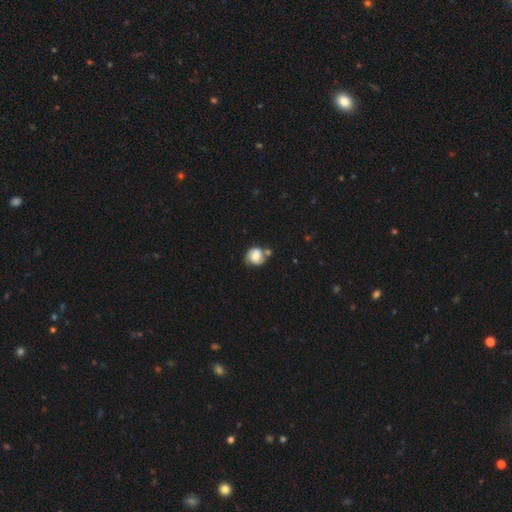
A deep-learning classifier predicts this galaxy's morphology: smooth-or-featured: smooth: 52% | featured or disk: 39% | star or artifact: 9%
  how-rounded: round: 78% | in between: 21% | cigar-shaped: 1%
  merging: none: 53% | minor disturbance: 21% | merger: 18% | major disturbance: 7%